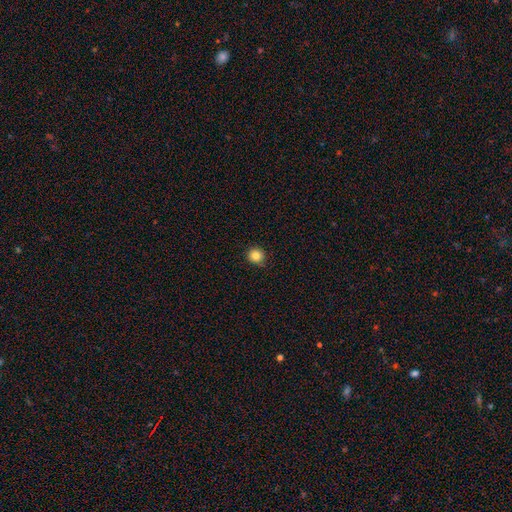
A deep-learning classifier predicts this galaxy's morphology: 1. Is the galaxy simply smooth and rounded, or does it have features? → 83% smooth, 11% star or artifact, 6% featured or disk.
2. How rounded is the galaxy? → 93% round, 7% in between, 1% cigar-shaped.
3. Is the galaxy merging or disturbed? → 88% none, 9% minor disturbance, 2% major disturbance, 1% merger.